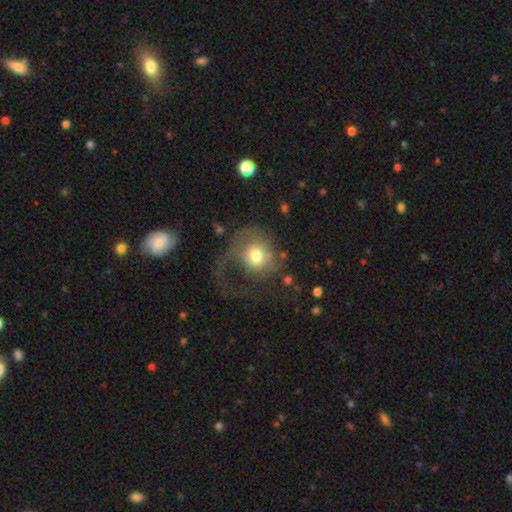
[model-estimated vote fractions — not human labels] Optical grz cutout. It shows a smooth galaxy with no disk features (54%) that is round (75%). Merging: major disturbance (56%).